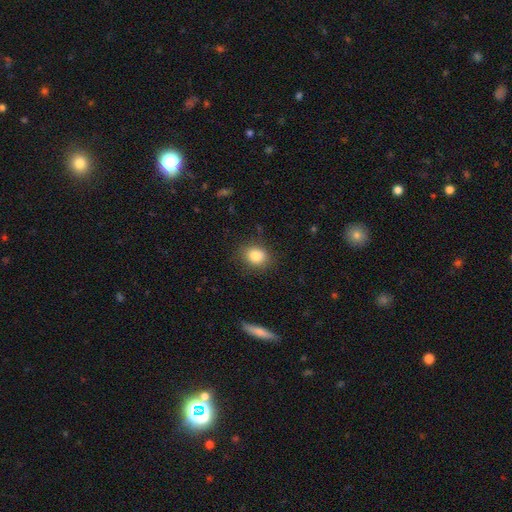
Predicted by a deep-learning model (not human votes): A smooth galaxy with no disk features (84%) that is round (61%).

Vote fractions:
- Smooth or featured? smooth: 84% / star or artifact: 10% / featured or disk: 7%
- How rounded? round: 61% / in between: 38% / cigar-shaped: 1%
- Merging? none: 82% / minor disturbance: 13% / major disturbance: 3% / merger: 1%